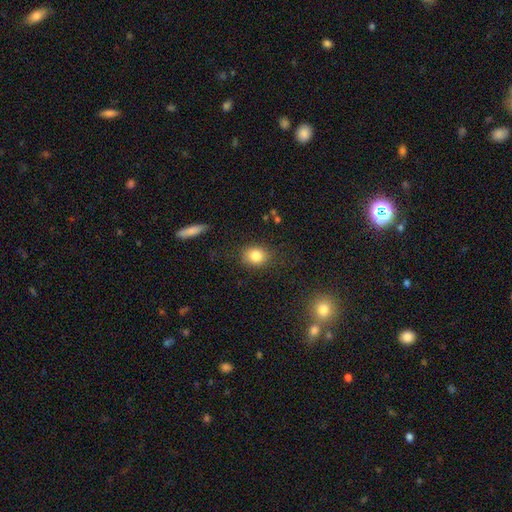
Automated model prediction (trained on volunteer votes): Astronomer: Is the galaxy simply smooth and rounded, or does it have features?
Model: smooth — 82%.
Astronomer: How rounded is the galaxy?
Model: round — 57% (runner-up: in between, 41%).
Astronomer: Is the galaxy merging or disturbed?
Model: none — 80%.